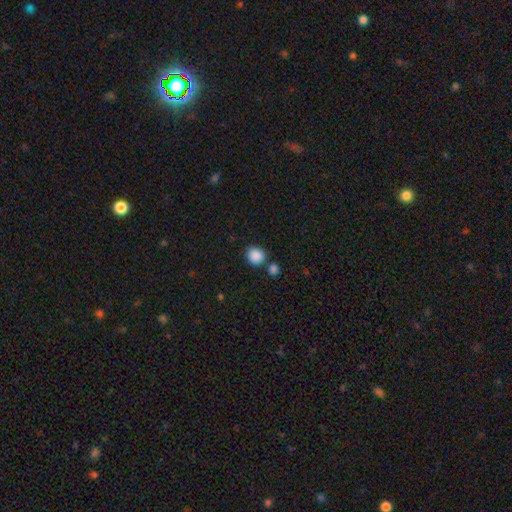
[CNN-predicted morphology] smooth 88%, star or artifact 9%, featured or disk 3%. Down the decision tree: how rounded — round (80%); merging — none (70%).